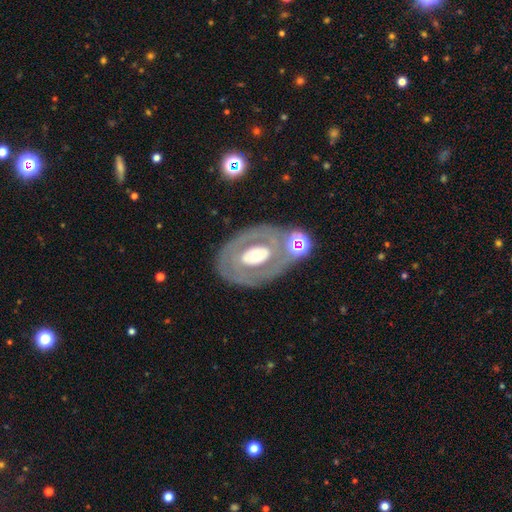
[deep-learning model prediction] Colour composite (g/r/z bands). It shows a featured or disk galaxy (70%) with no bar (75%), no spiral arms (73%) and a moderate central bulge (62%). Merging: none (69%).